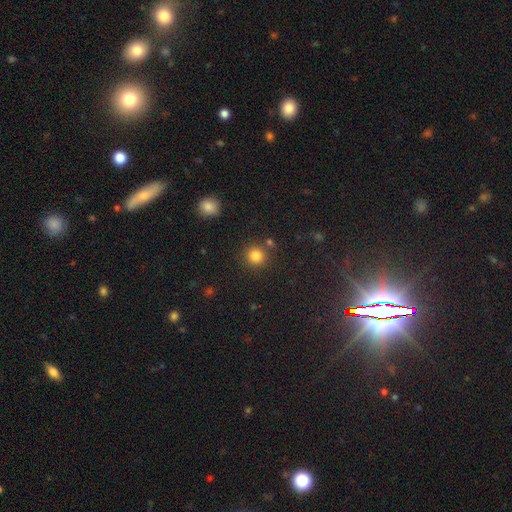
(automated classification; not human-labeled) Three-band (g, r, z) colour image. It shows a smooth galaxy with no disk features (84%) that is round (91%). Merging: none (83%).